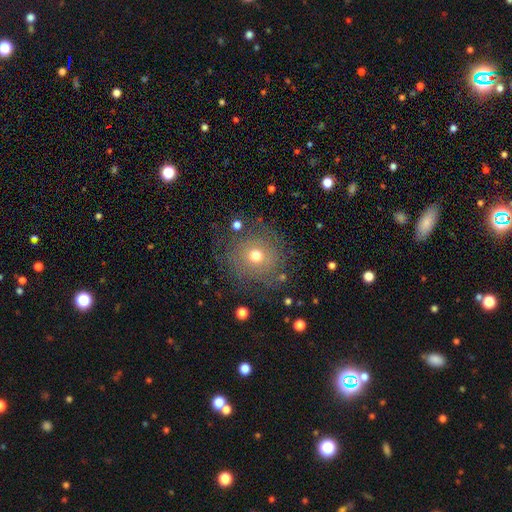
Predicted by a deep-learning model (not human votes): A smooth galaxy with no disk features (53%) that is round (84%).

Vote fractions:
- Smooth or featured? smooth: 53% / featured or disk: 32% / star or artifact: 16%
- How rounded? round: 84% / in between: 15% / cigar-shaped: 1%
- Merging? none: 74% / minor disturbance: 14% / major disturbance: 10% / merger: 2%